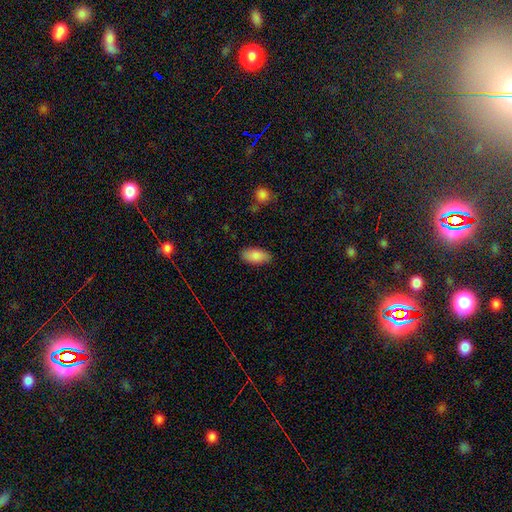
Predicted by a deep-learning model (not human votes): A smooth galaxy with no disk features (87%) that is in between round and cigar-shaped (92%). Merging: none (85%).